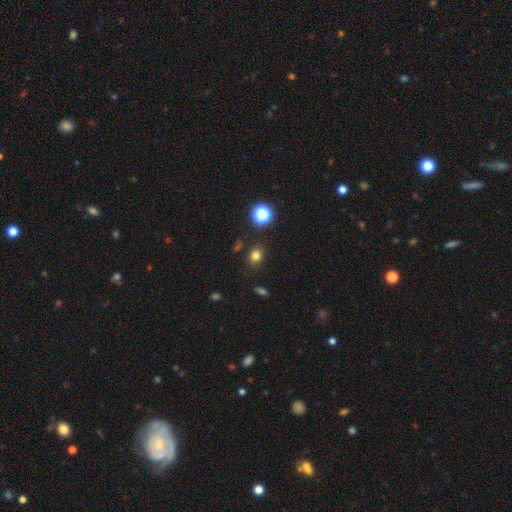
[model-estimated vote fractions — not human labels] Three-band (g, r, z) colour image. It shows a smooth galaxy with no disk features (77%) that is round (57%). Merging: none (84%).